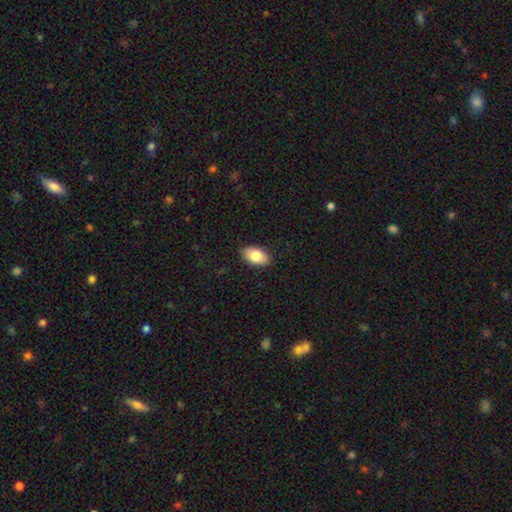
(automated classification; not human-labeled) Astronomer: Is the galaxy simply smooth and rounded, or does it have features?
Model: smooth — 83%.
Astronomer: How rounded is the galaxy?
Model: in between — 93%.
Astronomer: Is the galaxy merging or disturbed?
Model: none — 88%.